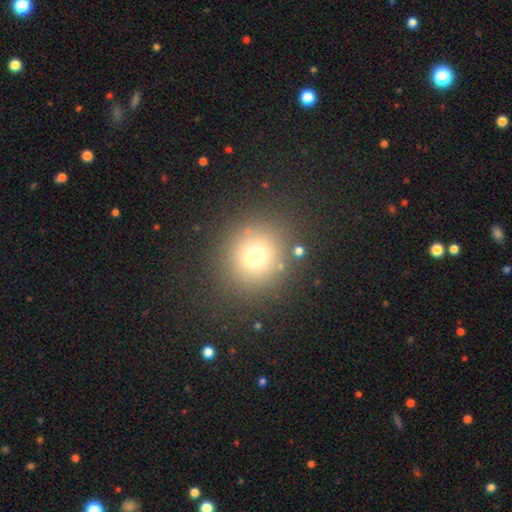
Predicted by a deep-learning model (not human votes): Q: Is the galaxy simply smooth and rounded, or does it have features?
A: smooth — 70%.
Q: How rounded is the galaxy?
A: round — 86%.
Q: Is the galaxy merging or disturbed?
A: none — 84%.